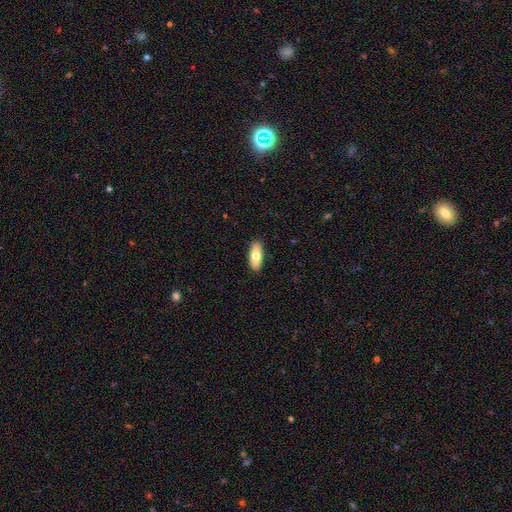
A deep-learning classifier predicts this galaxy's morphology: smooth 74%, featured or disk 20%, star or artifact 6%. Down the decision tree: how rounded — in between (72%); merging — none (89%).